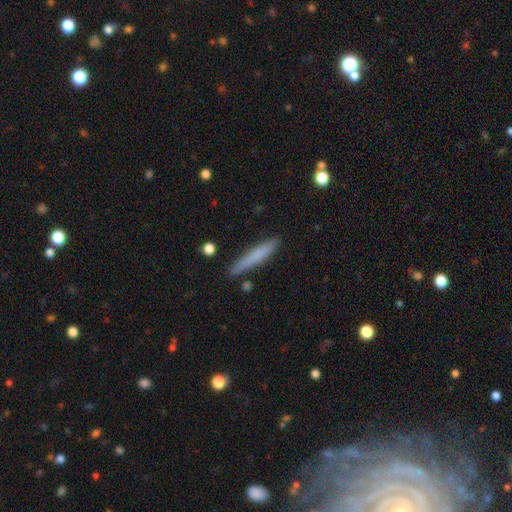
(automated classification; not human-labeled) smooth-or-featured: smooth: 71% | featured or disk: 22% | star or artifact: 7%
  how-rounded: cigar-shaped: 94% | in between: 5% | round: 1%
  merging: none: 86% | minor disturbance: 10% | merger: 2% | major disturbance: 2%